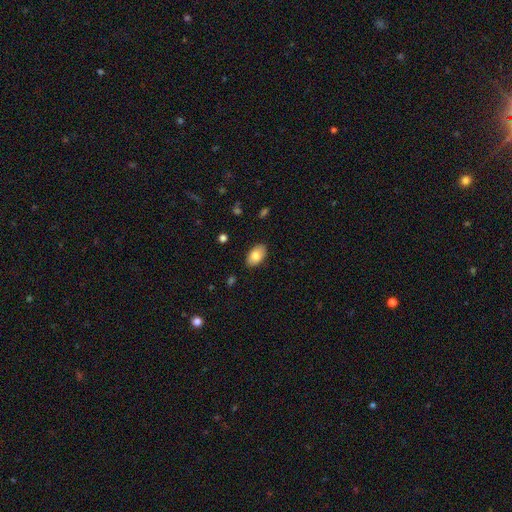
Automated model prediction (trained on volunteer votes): Smooth or featured?
  - smooth: 81% *
  - featured or disk: 12%
  - star or artifact: 7%
How rounded?
  - in between: 93% *
  - round: 6%
  - cigar-shaped: 1%
Merging?
  - none: 87% *
  - minor disturbance: 10%
  - major disturbance: 2%
  - merger: 1%